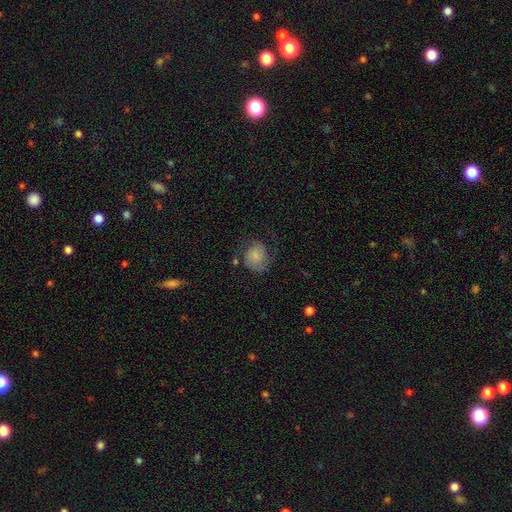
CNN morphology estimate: This is possibly a smooth galaxy (47%). Merging: possibly none (56%).